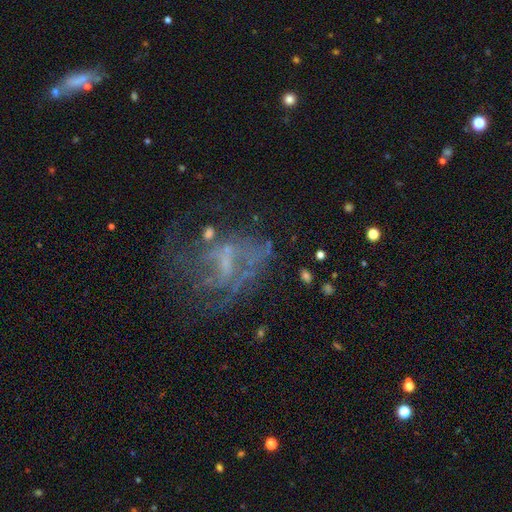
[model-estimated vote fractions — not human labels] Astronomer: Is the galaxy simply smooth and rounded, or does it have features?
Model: featured or disk — 65%.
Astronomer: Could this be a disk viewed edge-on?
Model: no — 97%.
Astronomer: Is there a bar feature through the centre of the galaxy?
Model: no — 61%.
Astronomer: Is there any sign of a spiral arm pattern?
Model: no — 58% (runner-up: yes, 42%).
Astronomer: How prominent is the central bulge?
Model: none — 54% (runner-up: small, 30%).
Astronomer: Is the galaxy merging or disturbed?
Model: major disturbance — 40% (runner-up: none, 37%).